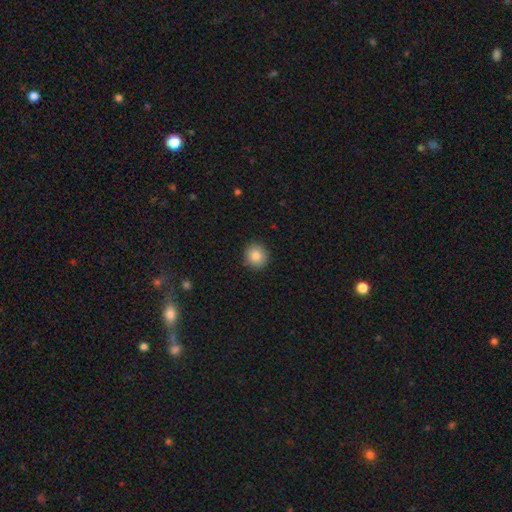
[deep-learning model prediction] Q: Smooth or featured?
A: smooth (85%); runner-up: star or artifact (9%)
Q: How rounded?
A: round (89%); runner-up: in between (10%)
Q: Merging?
A: none (90%); runner-up: minor disturbance (7%)